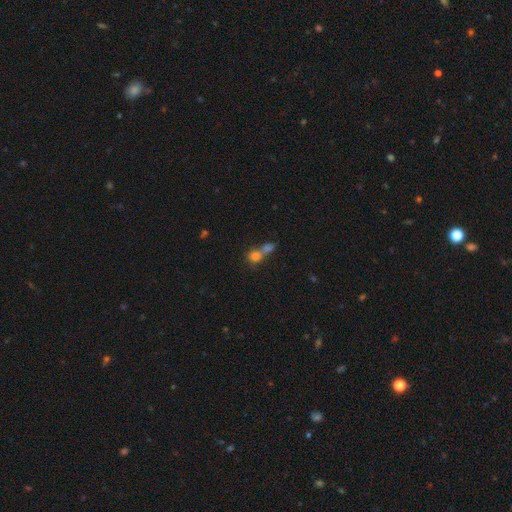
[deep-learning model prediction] A smooth galaxy with no disk features (74%) that is round (64%). Merging: merger (64%).